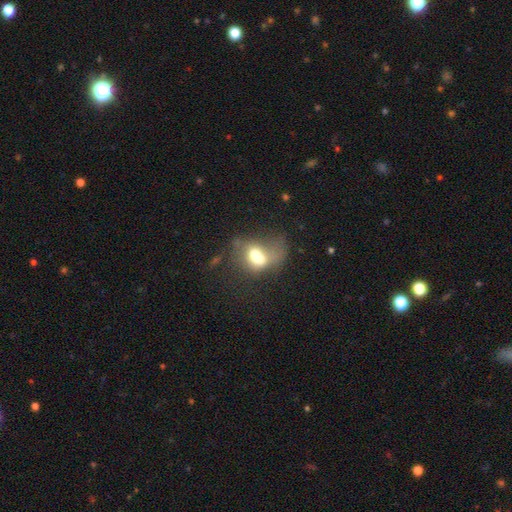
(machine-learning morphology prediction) smooth 59%, featured or disk 31%, star or artifact 11%. Down the decision tree: how rounded — in between (71%); merging — merger (39%).